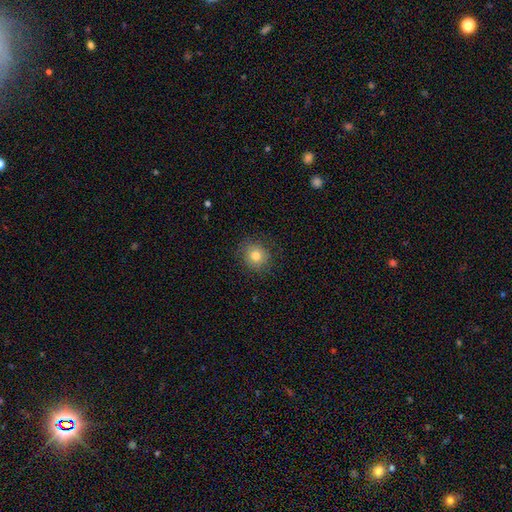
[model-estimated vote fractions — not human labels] Morphology: type=smooth (79%); roundness=round (86%); merging=none (85%).